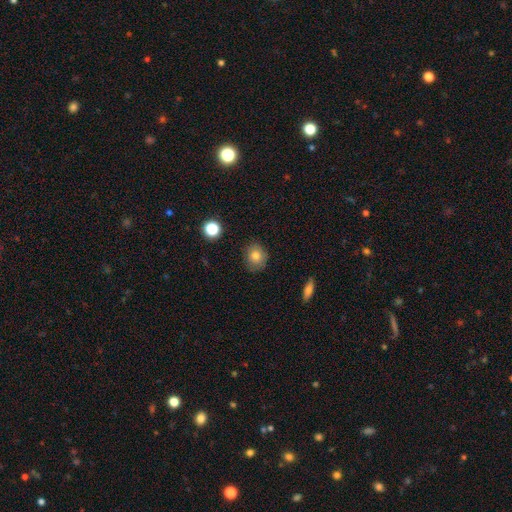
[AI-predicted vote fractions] smooth_or_featured: smooth (p=0.80) [alt: star or artifact p=0.10]
how_rounded: round (p=0.73) [alt: in between p=0.26]
merging: none (p=0.83) [alt: minor disturbance p=0.12]